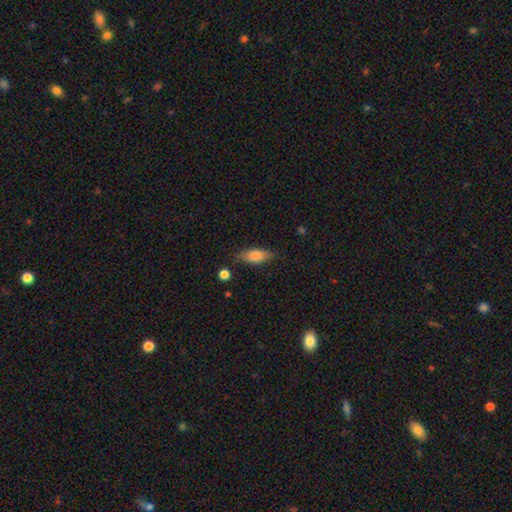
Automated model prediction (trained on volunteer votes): Smooth or featured? smooth (73%)
How rounded? in between (76%)
Merging? none (74%)